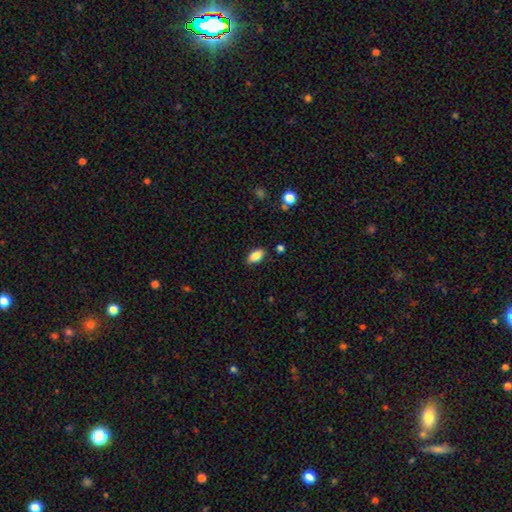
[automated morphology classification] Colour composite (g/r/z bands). It shows a smooth galaxy with no disk features (85%) that is in between round and cigar-shaped (90%). Merging: none (85%).